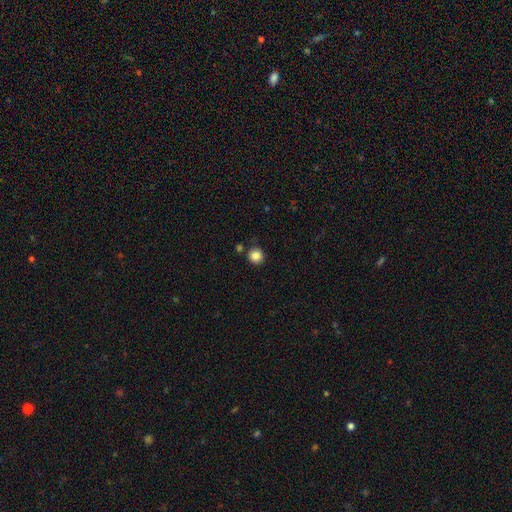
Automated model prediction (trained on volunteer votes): Smooth or featured? smooth (85%)
How rounded? round (94%)
Merging? none (83%)